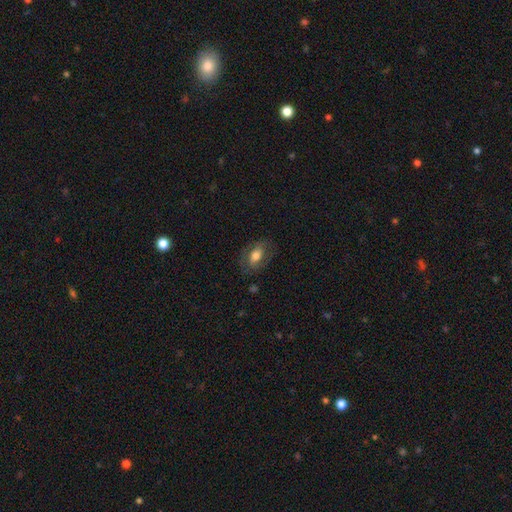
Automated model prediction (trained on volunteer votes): A smooth galaxy with no disk features (58%) that is in between round and cigar-shaped (85%).

Vote fractions:
- Smooth or featured? smooth: 58% / featured or disk: 34% / star or artifact: 8%
- How rounded? in between: 85% / round: 12% / cigar-shaped: 3%
- Merging? none: 72% / minor disturbance: 18% / major disturbance: 9% / merger: 1%